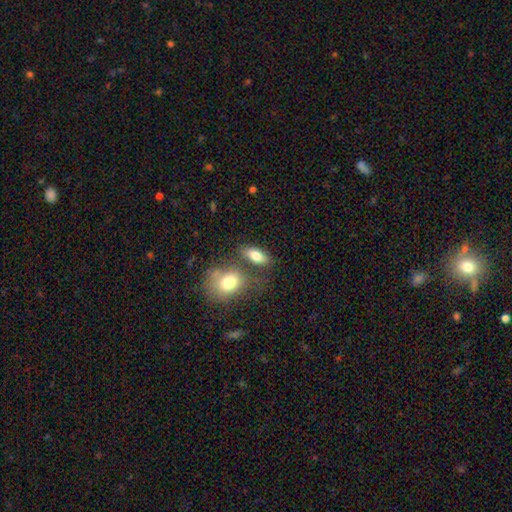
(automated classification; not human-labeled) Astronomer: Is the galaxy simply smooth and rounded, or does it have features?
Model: smooth — 79%.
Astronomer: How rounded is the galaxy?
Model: in between — 84%.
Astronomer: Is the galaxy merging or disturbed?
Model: none — 60%.